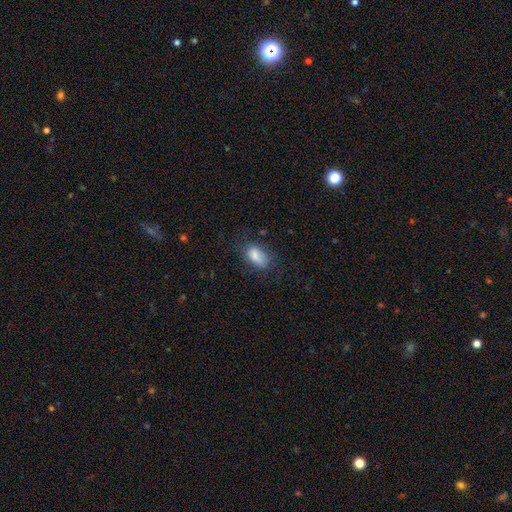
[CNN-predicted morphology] This appears to be a smooth galaxy with no disk features (81%) that is in between round and cigar-shaped (90%). Merging: none (64%).